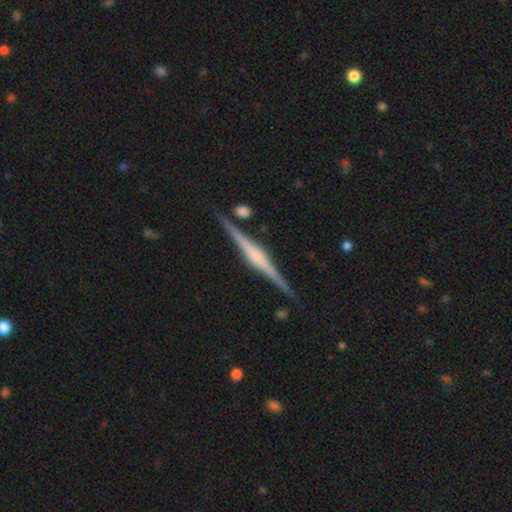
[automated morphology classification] Smooth or featured?
  - featured or disk: 82% *
  - smooth: 12%
  - star or artifact: 6%
Edge-on disk?
  - yes: 98% *
  - no: 2%
Edge-on bulge?
  - rounded: 57% *
  - boxy: 32%
  - none: 12%
Merging?
  - none: 87% *
  - minor disturbance: 8%
  - merger: 3%
  - major disturbance: 2%